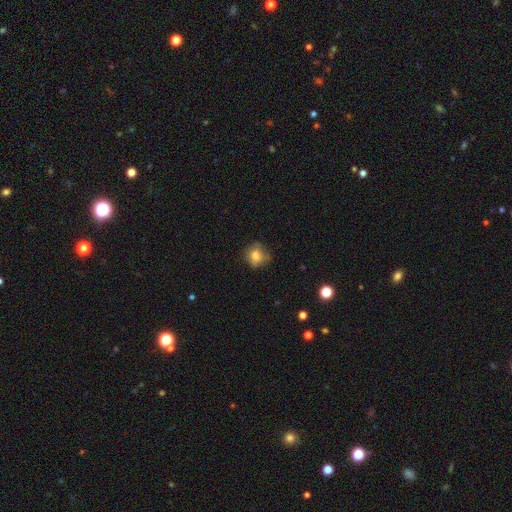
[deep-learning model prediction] smooth_or_featured: smooth (p=0.78) [alt: featured or disk p=0.12]
how_rounded: round (p=0.78) [alt: in between p=0.21]
merging: none (p=0.66) [alt: minor disturbance p=0.25]